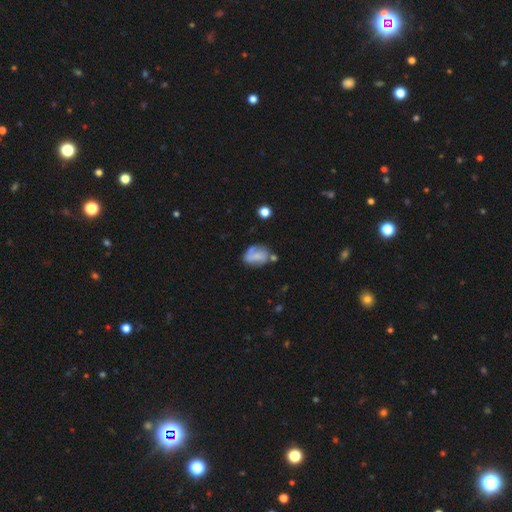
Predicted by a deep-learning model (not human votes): A smooth galaxy with no disk features (52%) that is in between round and cigar-shaped (79%).

Vote fractions:
- Smooth or featured? smooth: 52% / featured or disk: 38% / star or artifact: 10%
- How rounded? in between: 79% / round: 19% / cigar-shaped: 2%
- Merging? none: 47% / minor disturbance: 27% / merger: 14% / major disturbance: 13%